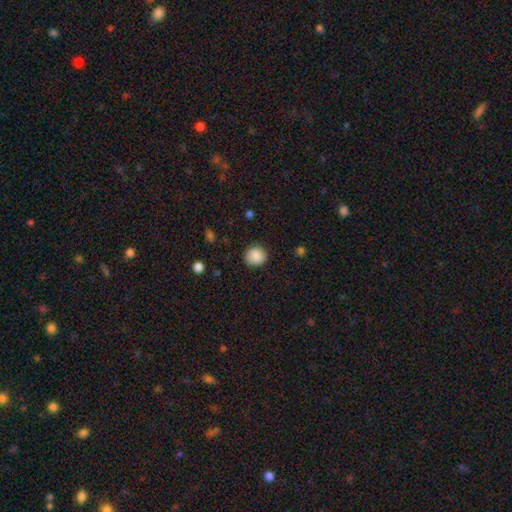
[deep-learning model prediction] Overall: smooth (88%). How rounded: round (87%). Merging: none (88%).